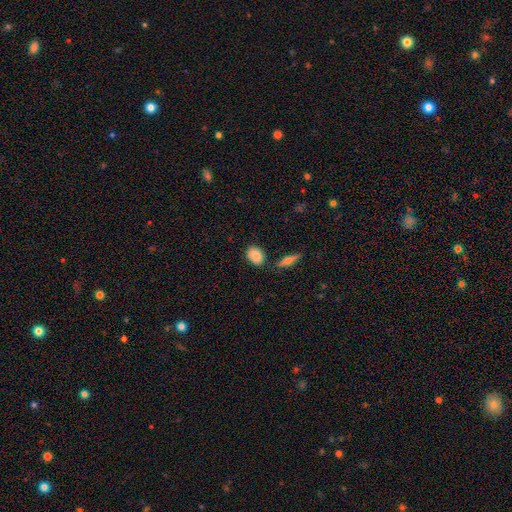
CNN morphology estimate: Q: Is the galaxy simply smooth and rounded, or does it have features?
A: smooth — 83%.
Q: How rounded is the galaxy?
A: in between — 66%.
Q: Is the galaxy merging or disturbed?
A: none — 79%.